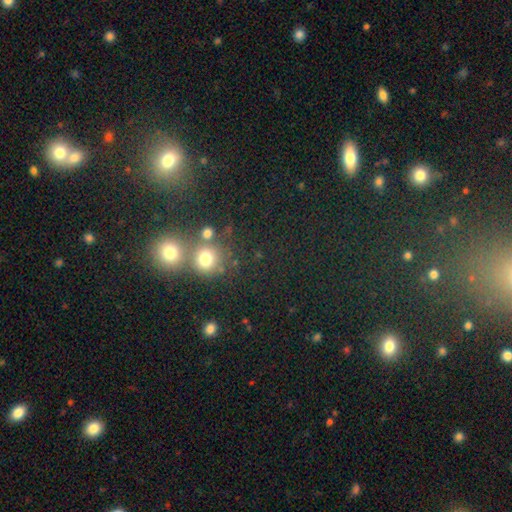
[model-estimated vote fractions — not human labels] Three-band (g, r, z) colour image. It shows a smooth galaxy with no disk features (47%). Merging: none (70%).